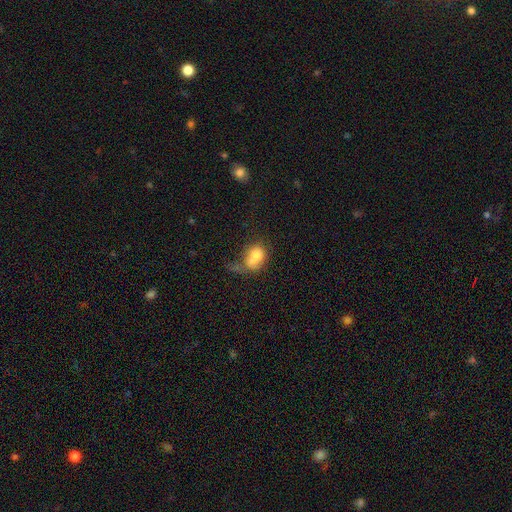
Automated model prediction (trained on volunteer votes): smooth-or-featured: smooth: 73% | featured or disk: 17% | star or artifact: 10%
  how-rounded: in between: 59% | round: 39% | cigar-shaped: 2%
  merging: merger: 36% | major disturbance: 25% | none: 21% | minor disturbance: 18%